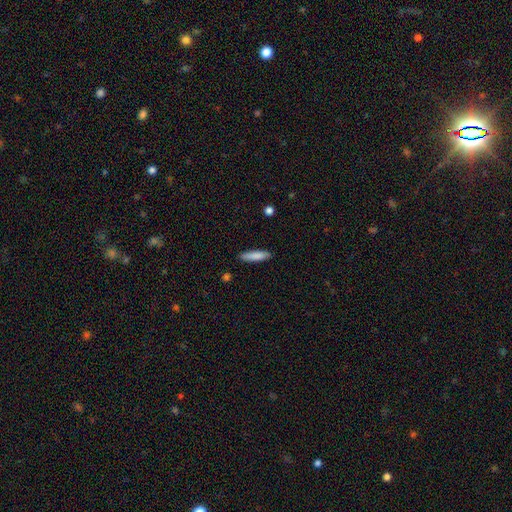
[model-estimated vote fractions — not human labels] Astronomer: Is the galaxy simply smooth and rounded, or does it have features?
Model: smooth — 85%.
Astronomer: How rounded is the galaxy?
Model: cigar-shaped — 79%.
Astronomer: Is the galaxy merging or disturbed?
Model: none — 88%.